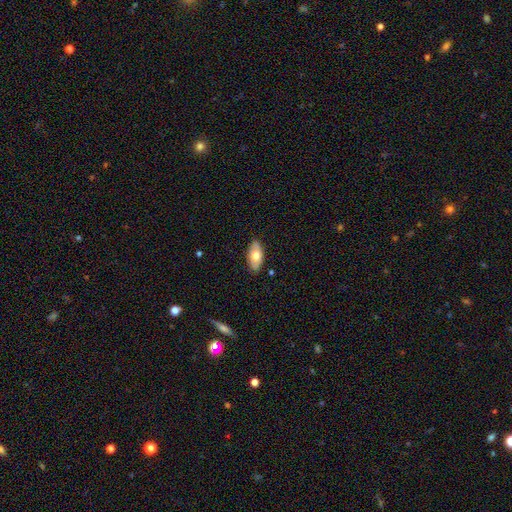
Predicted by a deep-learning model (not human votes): smooth-or-featured: smooth: 66% | featured or disk: 28% | star or artifact: 6%
  how-rounded: in between: 91% | cigar-shaped: 6% | round: 3%
  merging: none: 87% | minor disturbance: 10% | major disturbance: 2% | merger: 1%